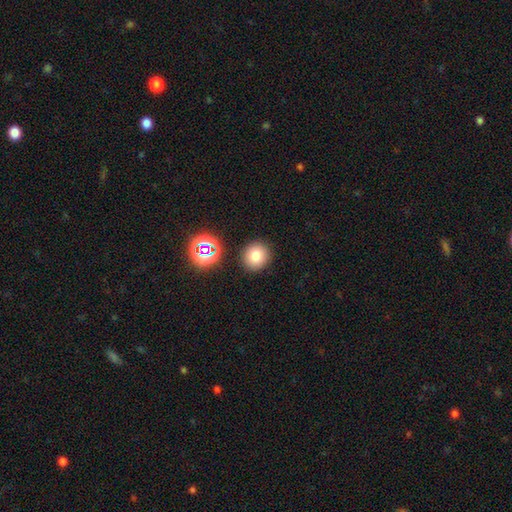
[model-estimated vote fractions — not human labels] Q: Smooth or featured?
A: smooth (76%); runner-up: star or artifact (15%)
Q: How rounded?
A: round (89%); runner-up: in between (10%)
Q: Merging?
A: none (88%); runner-up: minor disturbance (7%)